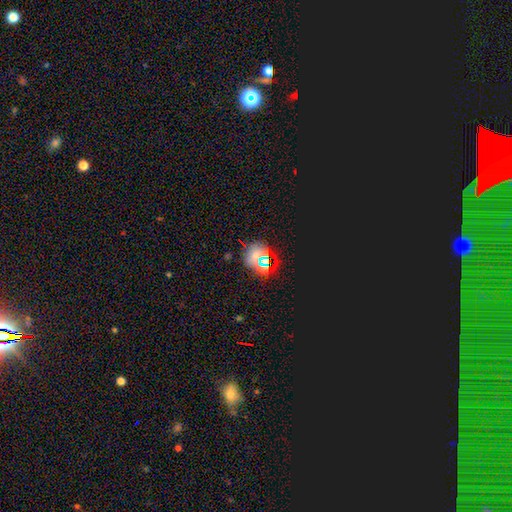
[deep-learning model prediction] Smooth or featured? star or artifact (59%)